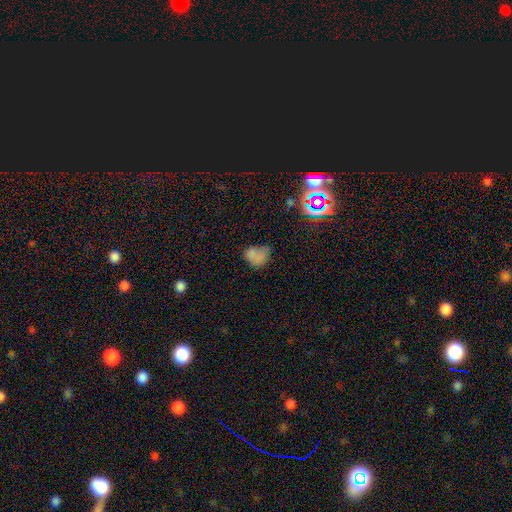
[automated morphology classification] Smooth or featured: smooth — 69% (star or artifact — 17%)
How rounded: in between — 56% (round — 43%)
Merging: none — 41% (minor disturbance — 32%)